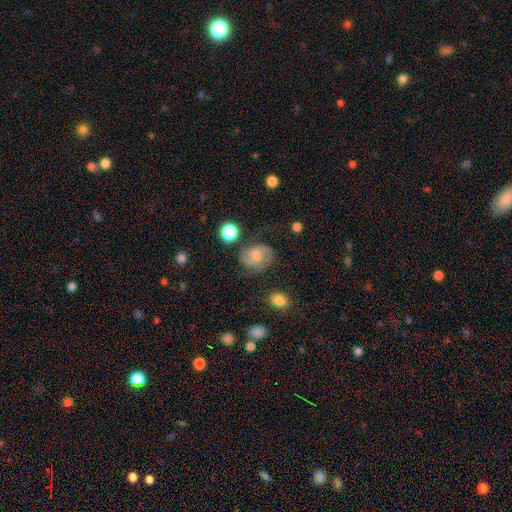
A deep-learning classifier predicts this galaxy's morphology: Smooth or featured? Predicted: featured or disk (p=0.49). Merging? Predicted: none (p=0.63).